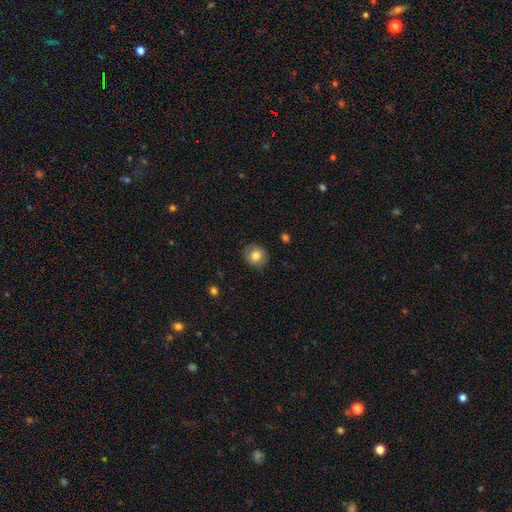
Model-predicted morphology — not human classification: A smooth galaxy with no disk features (81%) that is round (84%).

Vote fractions:
- Smooth or featured? smooth: 81% / featured or disk: 9% / star or artifact: 9%
- How rounded? round: 84% / in between: 15% / cigar-shaped: 1%
- Merging? none: 86% / minor disturbance: 10% / major disturbance: 2% / merger: 1%